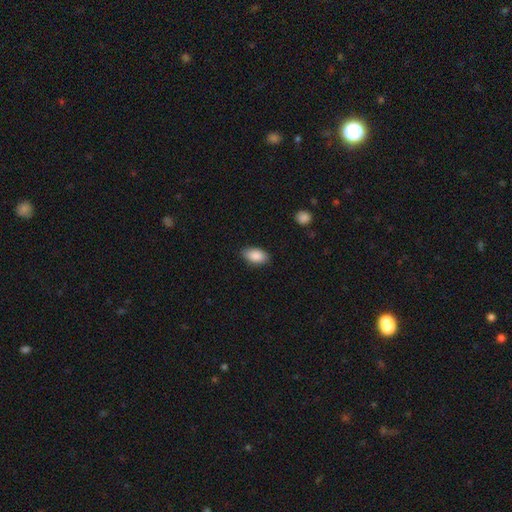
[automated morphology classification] smooth 89%, star or artifact 7%, featured or disk 4%. Down the decision tree: how rounded — in between (93%); merging — none (85%).